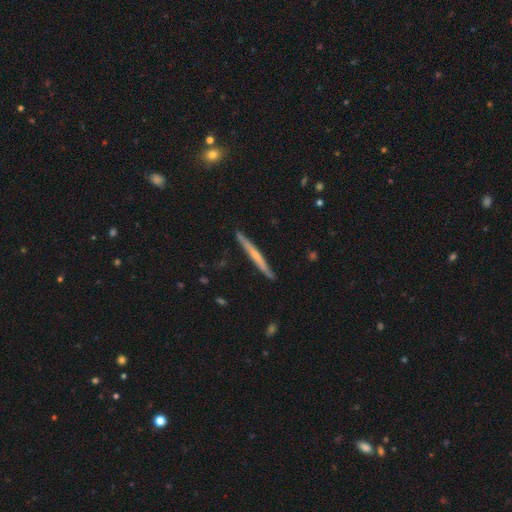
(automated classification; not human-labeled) Q: Smooth or featured?
A: featured or disk (59%); runner-up: smooth (36%)
Q: Edge-on disk?
A: yes (97%); runner-up: no (3%)
Q: Edge-on bulge?
A: none (50%); runner-up: rounded (45%)
Q: Merging?
A: none (90%); runner-up: minor disturbance (7%)